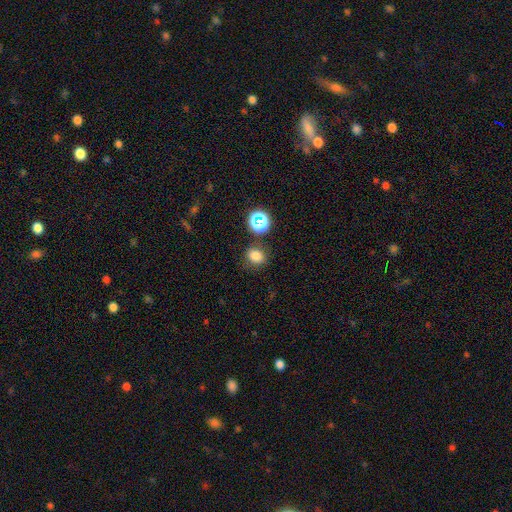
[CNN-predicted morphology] Smooth or featured: smooth — 78% (star or artifact — 16%)
How rounded: round — 64% (in between — 35%)
Merging: none — 79% (minor disturbance — 12%)